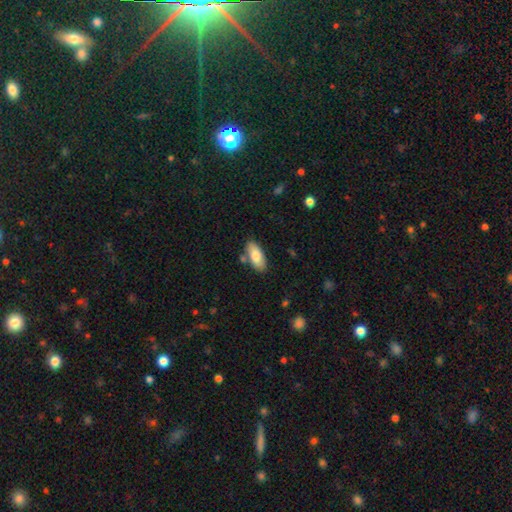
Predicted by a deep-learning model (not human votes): Smooth or featured? Predicted: smooth (p=0.78). How rounded? Predicted: in between (p=0.86). Merging? Predicted: none (p=0.80).